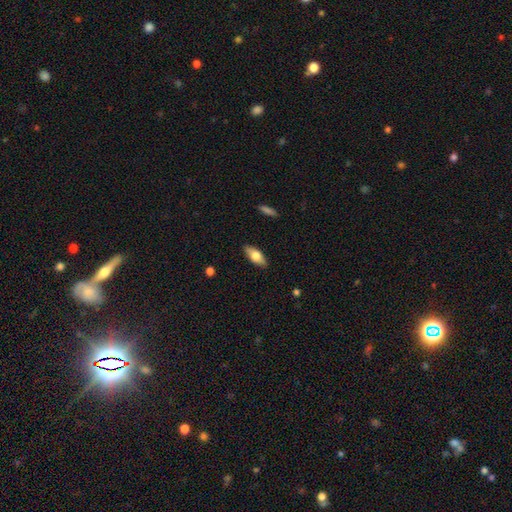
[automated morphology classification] Smooth or featured: smooth — 64% (featured or disk — 30%)
How rounded: in between — 79% (cigar-shaped — 18%)
Merging: none — 87% (minor disturbance — 10%)